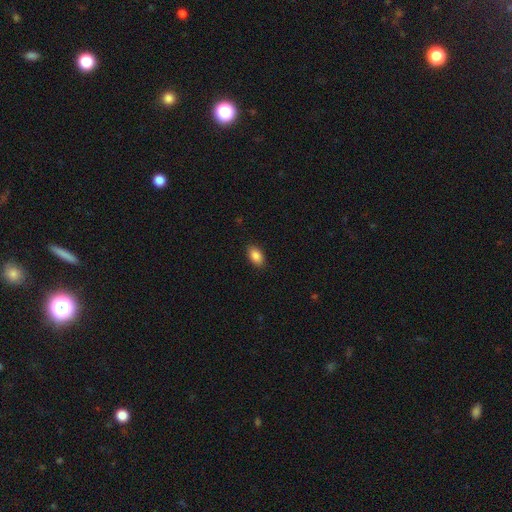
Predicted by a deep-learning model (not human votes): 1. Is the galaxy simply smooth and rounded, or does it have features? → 88% smooth, 8% star or artifact, 5% featured or disk.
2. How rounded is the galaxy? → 91% in between, 7% round, 2% cigar-shaped.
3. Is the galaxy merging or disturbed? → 88% none, 9% minor disturbance, 2% major disturbance, 1% merger.